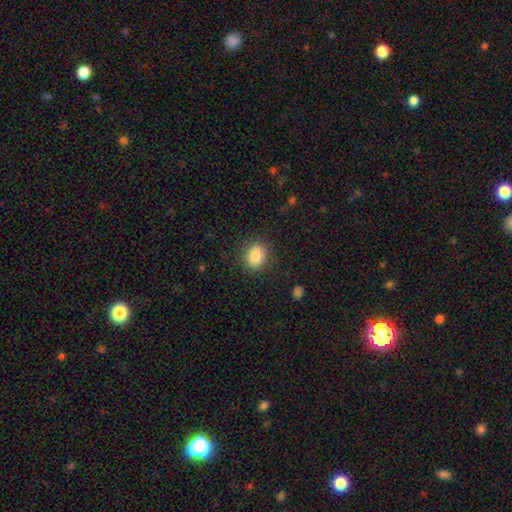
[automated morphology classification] The model was most divided on "how rounded": in between: 52%, round: 47%, cigar-shaped: 1%. More confident: merging — none (87%); smooth or featured — smooth (86%).